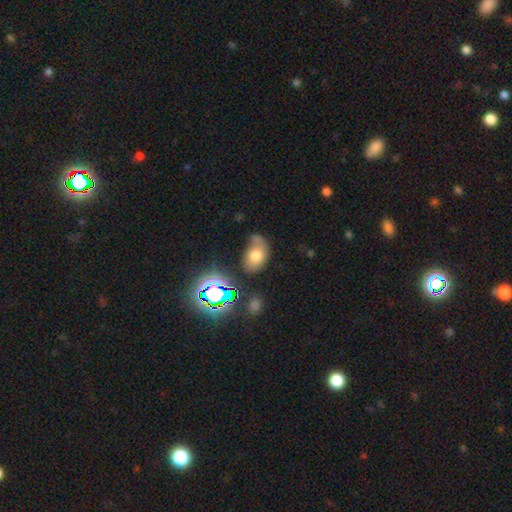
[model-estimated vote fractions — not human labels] smooth 64%, featured or disk 20%, star or artifact 16%. Down the decision tree: how rounded — in between (81%); merging — none (42%).